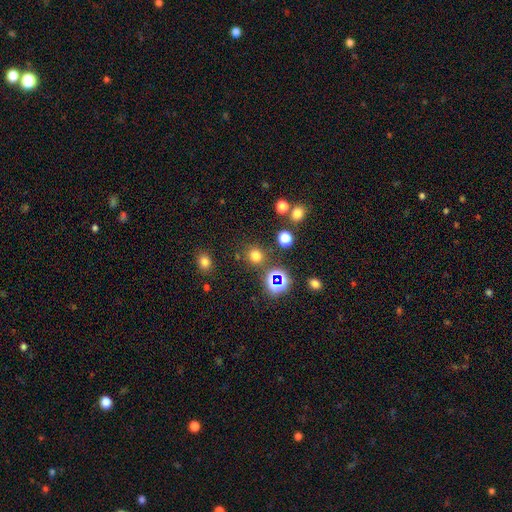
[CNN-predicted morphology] smooth_or_featured: smooth (p=0.68) [alt: star or artifact p=0.26]
how_rounded: round (p=0.88) [alt: in between p=0.11]
merging: none (p=0.83) [alt: minor disturbance p=0.07]